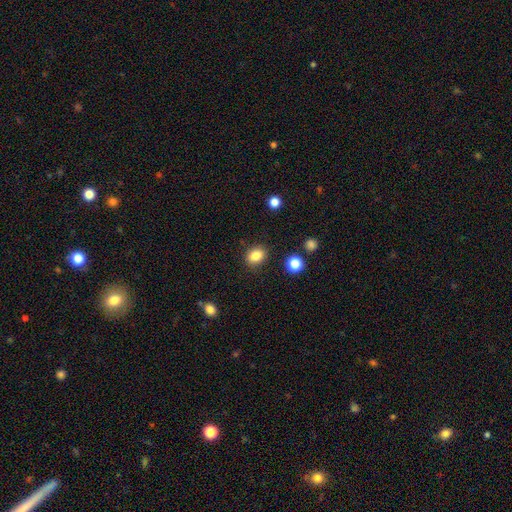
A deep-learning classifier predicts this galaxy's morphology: Q: Smooth or featured?
A: smooth (85%); runner-up: star or artifact (10%)
Q: How rounded?
A: in between (61%); runner-up: round (38%)
Q: Merging?
A: none (87%); runner-up: minor disturbance (9%)